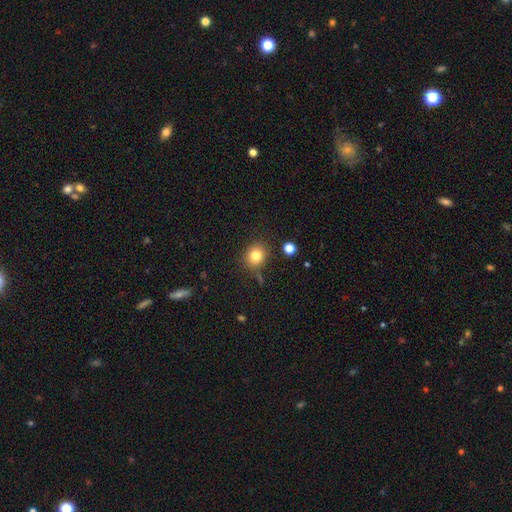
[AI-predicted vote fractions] smooth 80%, star or artifact 12%, featured or disk 7%. Down the decision tree: how rounded — round (80%); merging — none (82%).